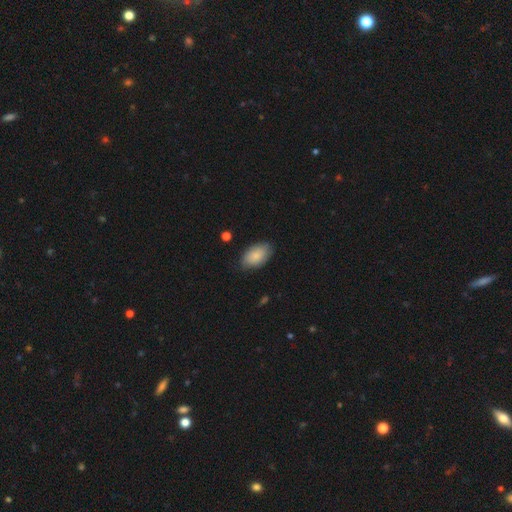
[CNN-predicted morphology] Q: Smooth or featured?
A: smooth (84%); runner-up: featured or disk (10%)
Q: How rounded?
A: in between (94%); runner-up: round (5%)
Q: Merging?
A: none (79%); runner-up: minor disturbance (17%)